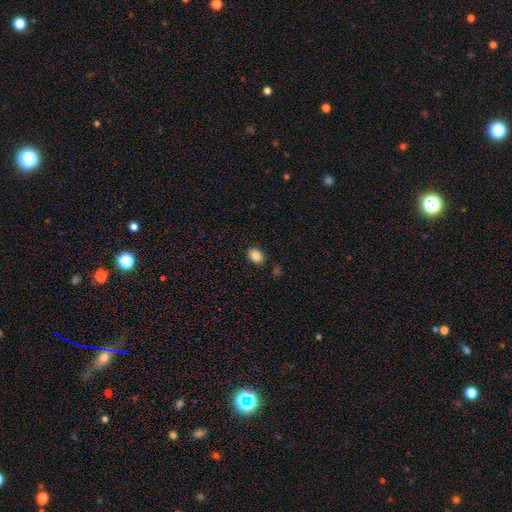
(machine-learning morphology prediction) The model was most divided on "how rounded": in between: 63%, round: 36%, cigar-shaped: 1%. More confident: merging — none (87%); smooth or featured — smooth (86%).